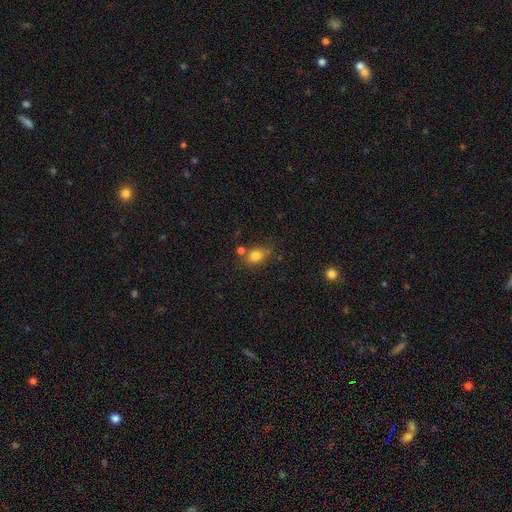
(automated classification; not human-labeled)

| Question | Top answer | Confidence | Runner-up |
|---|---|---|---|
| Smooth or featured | smooth | 80% | star or artifact (11%) |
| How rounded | in between | 55% | round (44%) |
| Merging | none | 64% | minor disturbance (16%) |